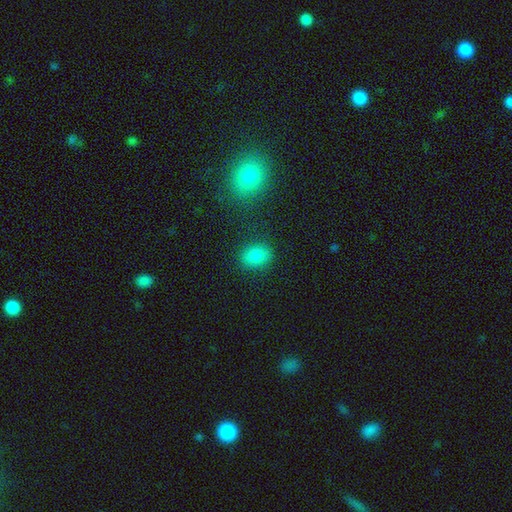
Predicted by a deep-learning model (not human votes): This is clearly a smooth galaxy (83%). How rounded: possibly in between (59%). Merging: clearly none (83%).